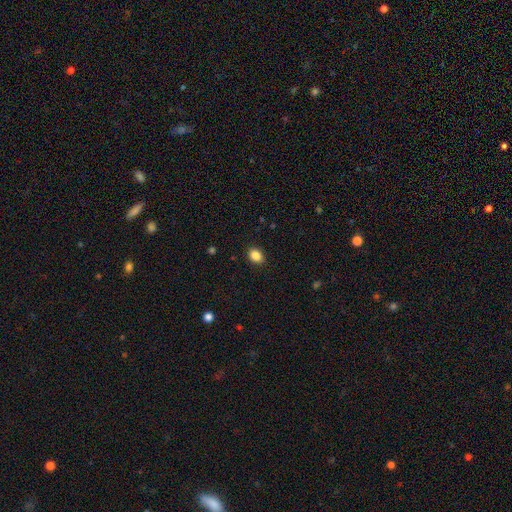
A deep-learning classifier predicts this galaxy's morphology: This is clearly a smooth galaxy (86%). How rounded: likely in between (62%). Merging: clearly none (90%).